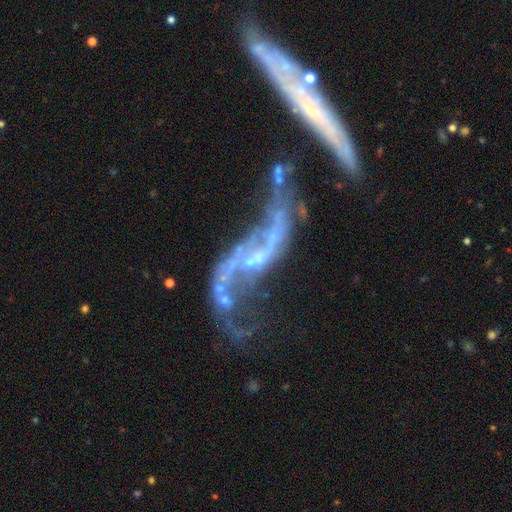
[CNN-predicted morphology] This appears to be a featured or disk galaxy (83%) with no bar (50%), 2 (80%) loose (89%) spiral arms (76%) and a small central bulge (50%). Merging: merger (42%).